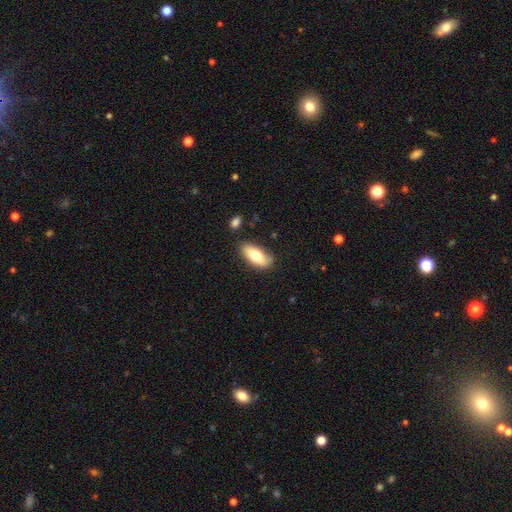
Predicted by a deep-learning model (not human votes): Morphology: type=smooth (73%); roundness=in between (83%); merging=none (81%).